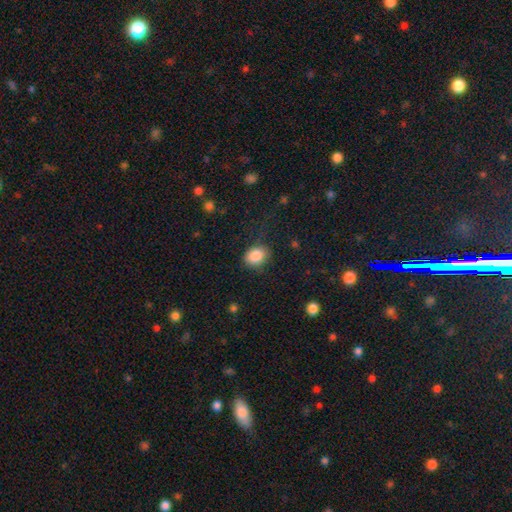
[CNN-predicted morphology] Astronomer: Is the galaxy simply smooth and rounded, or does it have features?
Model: smooth — 86%.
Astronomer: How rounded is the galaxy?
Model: in between — 56% (runner-up: round, 43%).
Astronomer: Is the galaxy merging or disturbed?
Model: none — 76%.